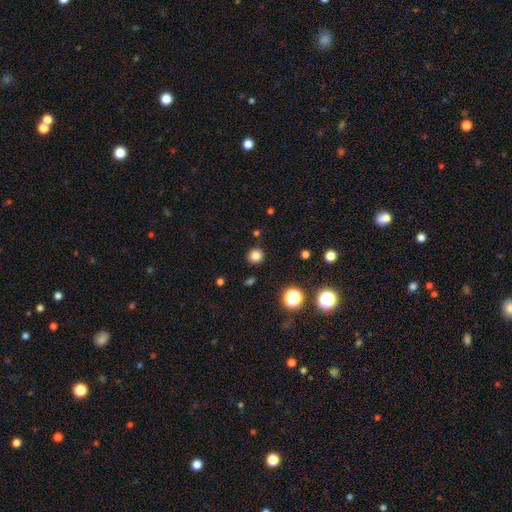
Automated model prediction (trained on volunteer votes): The model was most divided on "smooth or featured": smooth: 81%, star or artifact: 14%, featured or disk: 4%. More confident: how rounded — round (92%); merging — none (89%).